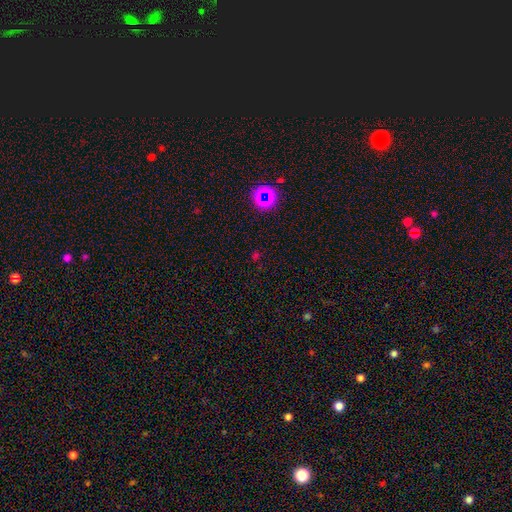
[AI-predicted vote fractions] star or artifact 62%, smooth 30%, featured or disk 8%.